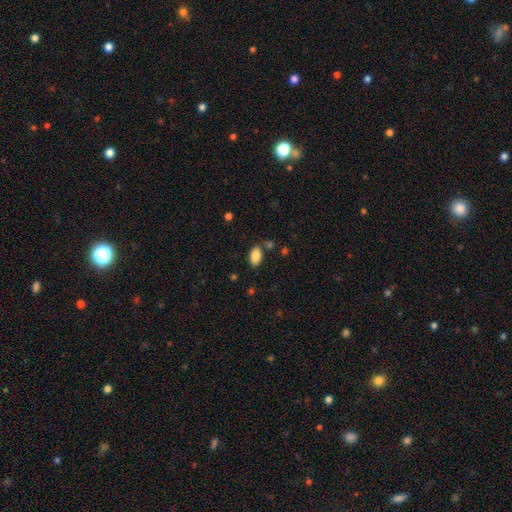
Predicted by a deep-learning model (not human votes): Overall: smooth (88%). How rounded: in between (93%). Merging: none (79%).